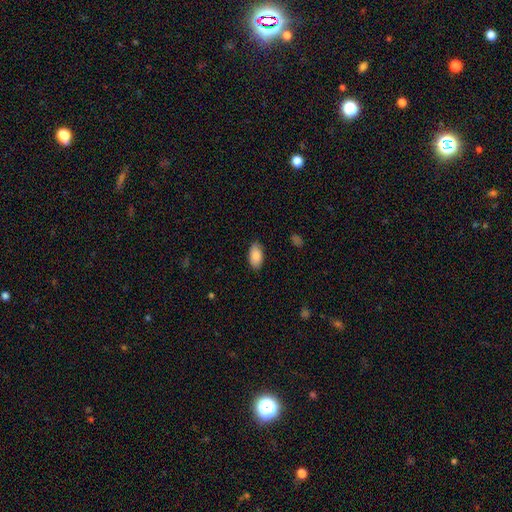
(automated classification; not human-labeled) The model was most divided on "merging": none: 86%, minor disturbance: 11%, major disturbance: 2%, merger: 1%. More confident: how rounded — in between (95%); smooth or featured — smooth (88%).